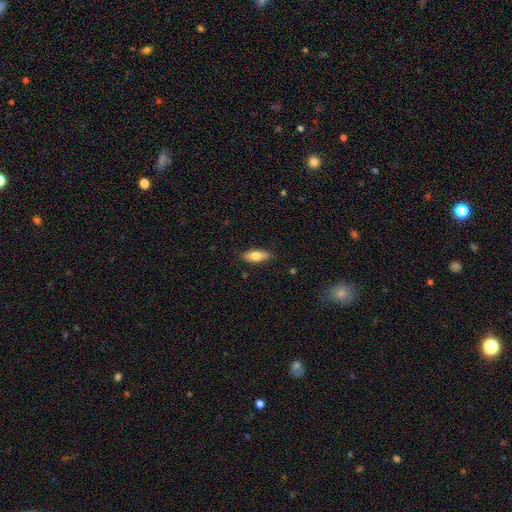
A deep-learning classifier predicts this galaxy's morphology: Overall: smooth (73%). How rounded: in between (67%; cigar-shaped 30%). Merging: none (86%).